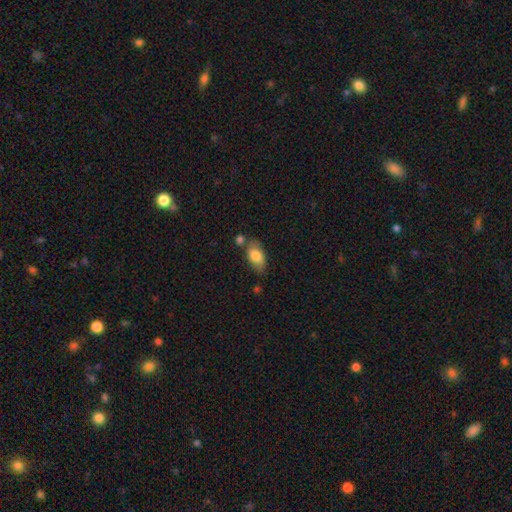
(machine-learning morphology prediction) The model was most divided on "merging": none: 63%, minor disturbance: 20%, merger: 12%, major disturbance: 5%. More confident: how rounded — in between (92%); smooth or featured — smooth (79%).